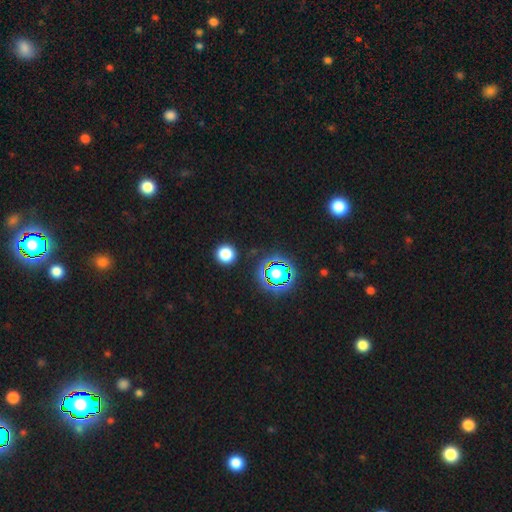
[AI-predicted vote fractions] Smooth or featured?
  - star or artifact: 78% *
  - smooth: 16%
  - featured or disk: 7%